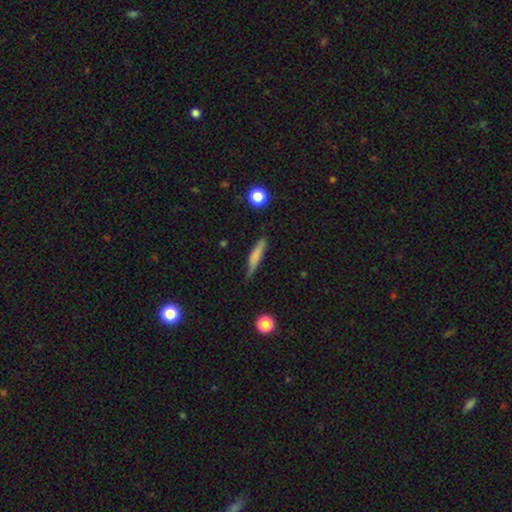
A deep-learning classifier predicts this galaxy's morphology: smooth 71%, featured or disk 22%, star or artifact 7%. Down the decision tree: how rounded — cigar-shaped (83%); merging — none (64%).